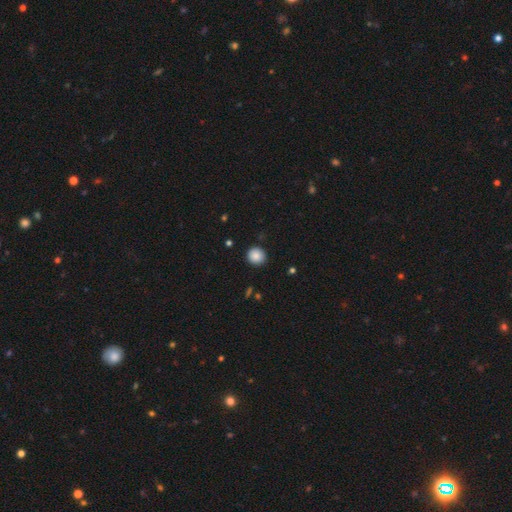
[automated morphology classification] smooth-or-featured: smooth: 87% | star or artifact: 9% | featured or disk: 4%
  how-rounded: round: 90% | in between: 9% | cigar-shaped: 1%
  merging: none: 90% | minor disturbance: 7% | major disturbance: 2% | merger: 1%